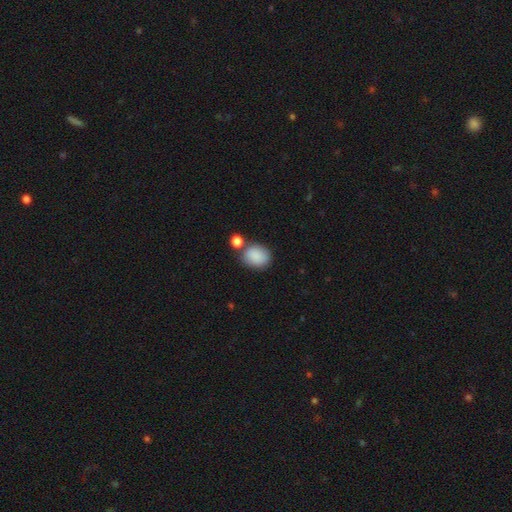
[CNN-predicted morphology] Smooth or featured? Predicted: smooth (p=0.87). How rounded? Predicted: round (p=0.51). Merging? Predicted: none (p=0.63).